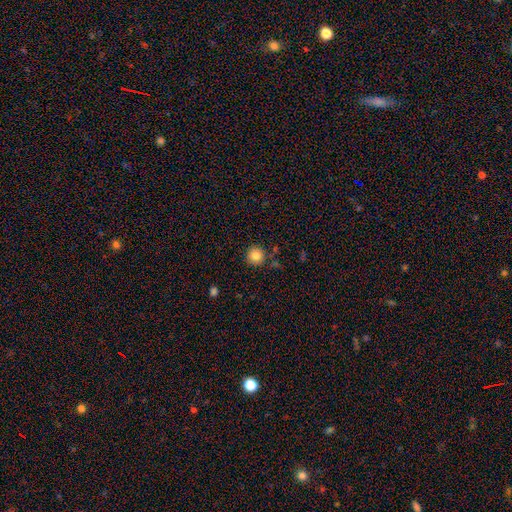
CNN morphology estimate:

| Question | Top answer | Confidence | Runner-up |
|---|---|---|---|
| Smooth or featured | smooth | 83% | star or artifact (10%) |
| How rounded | round | 95% | in between (4%) |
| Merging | none | 88% | minor disturbance (7%) |